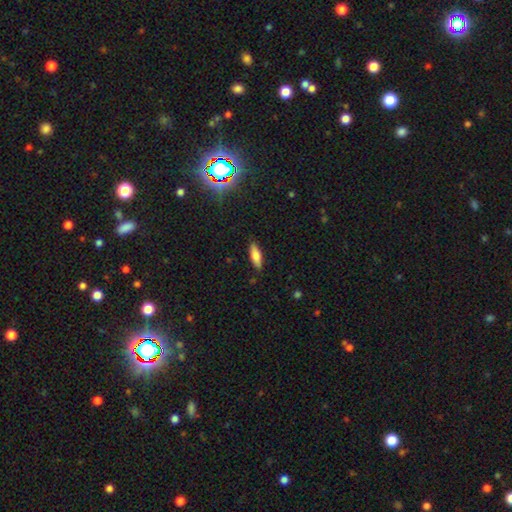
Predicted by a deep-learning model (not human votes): Smooth or featured: smooth — 78% (featured or disk — 14%)
How rounded: in between — 60% (cigar-shaped — 38%)
Merging: none — 86% (minor disturbance — 11%)